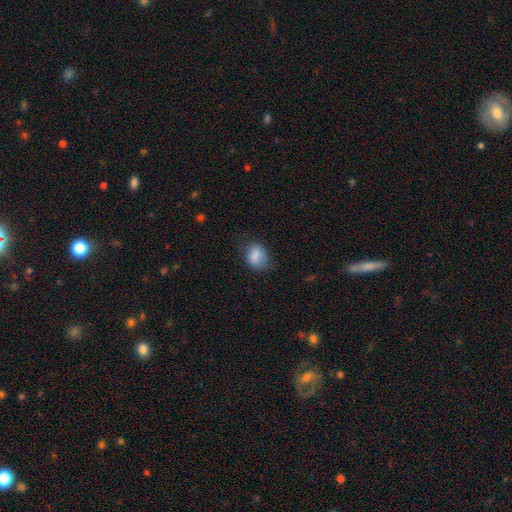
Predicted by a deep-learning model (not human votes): A smooth galaxy with no disk features (84%) that is in between round and cigar-shaped (65%). Merging: none (65%).